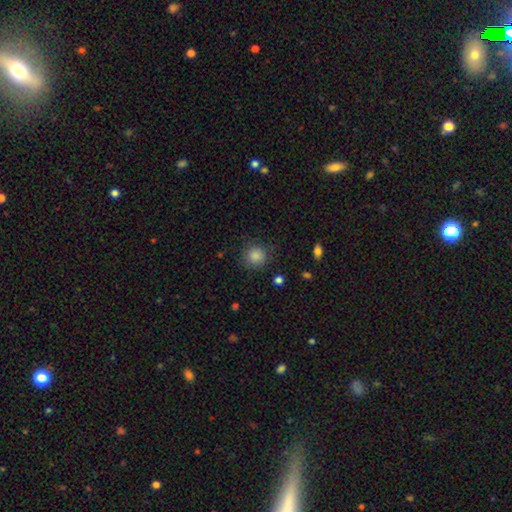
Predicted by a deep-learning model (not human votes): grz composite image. It shows a smooth galaxy with no disk features (86%) that is round (92%). Merging: none (83%).